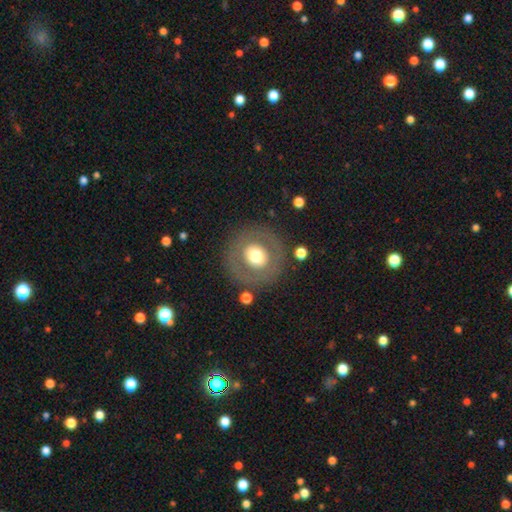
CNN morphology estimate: Q: Smooth or featured?
A: smooth (54%); runner-up: featured or disk (38%)
Q: How rounded?
A: round (94%); runner-up: in between (5%)
Q: Merging?
A: none (84%); runner-up: minor disturbance (9%)